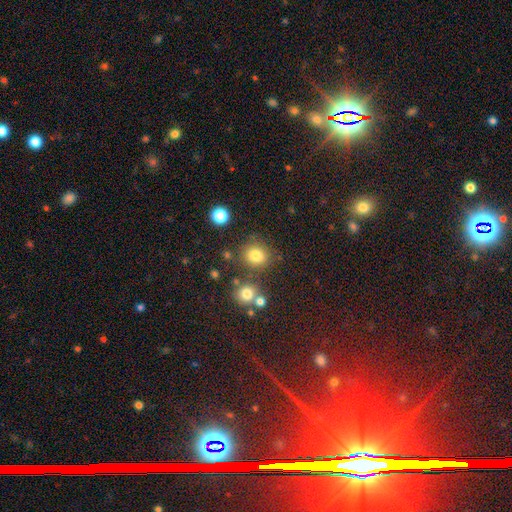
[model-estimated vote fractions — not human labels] This appears to be a smooth galaxy with no disk features (79%) that is round (79%). Merging: none (76%).